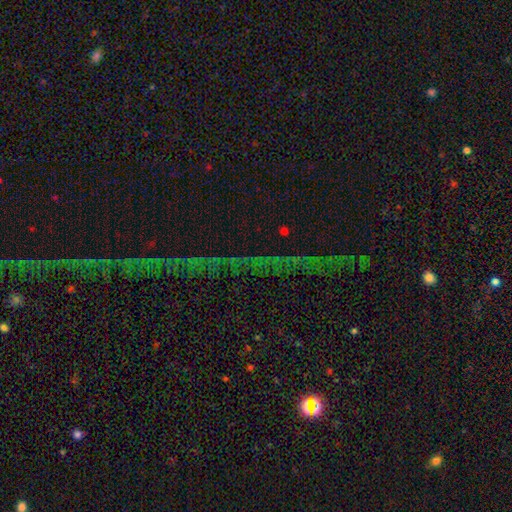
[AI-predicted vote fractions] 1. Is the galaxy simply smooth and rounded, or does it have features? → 77% star or artifact, 13% featured or disk, 9% smooth.